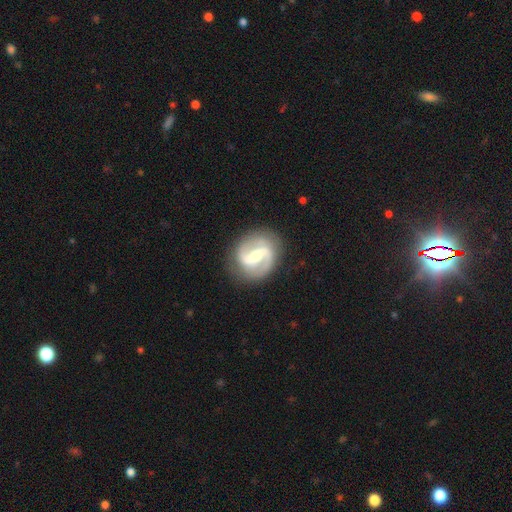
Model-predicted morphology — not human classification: A featured or disk galaxy (88%) with a strong bar (54%), 2 (92%) medium (50%) spiral arms (95%) and a moderate central bulge (48%).

Vote fractions:
- Smooth or featured? featured or disk: 88% / smooth: 8% / star or artifact: 4%
- Edge-on disk? no: 98% / yes: 2%
- Bar? strong: 54% / weak: 35% / no: 11%
- Spiral arms? yes: 95% / no: 5%
- Spiral winding? medium: 50% / loose: 29% / tight: 21%
- Spiral arm count? 2: 92% / can't tell: 3% / 1: 2% / 3: 1% / 4: 1% / more than 4: 1%
- Bulge size? moderate: 48% / small: 43% / large: 5% / none: 3% / dominant: 1%
- Merging? none: 83% / minor disturbance: 11% / major disturbance: 5% / merger: 1%